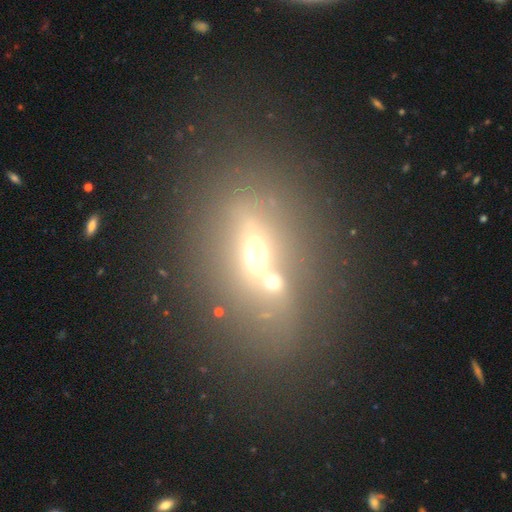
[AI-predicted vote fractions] Smooth or featured? smooth (41%)
Merging? none (47%)